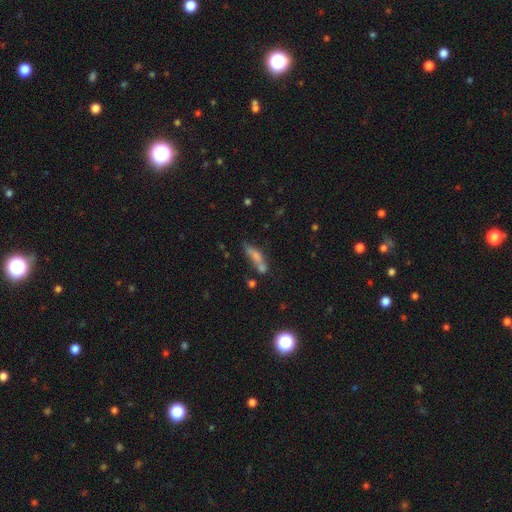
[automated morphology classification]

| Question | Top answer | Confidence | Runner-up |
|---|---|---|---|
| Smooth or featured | smooth | 63% | featured or disk (27%) |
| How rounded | cigar-shaped | 67% | in between (29%) |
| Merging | none | 43% | merger (26%) |